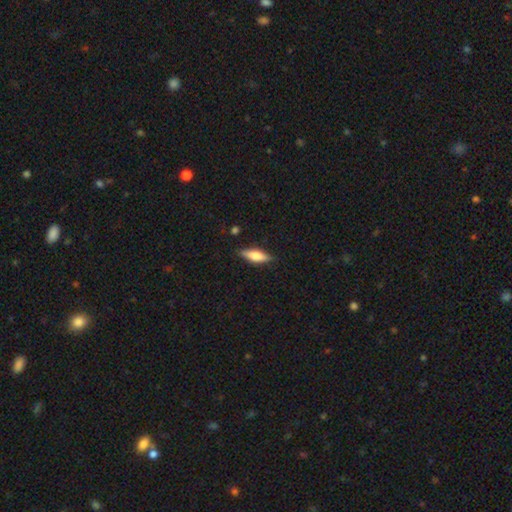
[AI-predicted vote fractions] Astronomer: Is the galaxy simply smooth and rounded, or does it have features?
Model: smooth — 56% (runner-up: featured or disk, 38%).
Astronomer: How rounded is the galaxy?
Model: cigar-shaped — 51% (runner-up: in between, 46%).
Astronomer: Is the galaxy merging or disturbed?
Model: none — 86%.